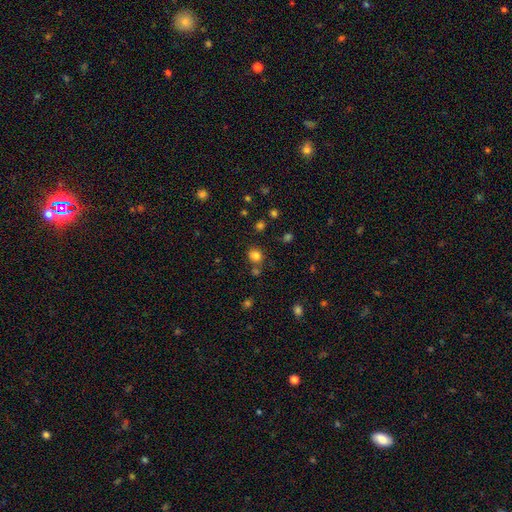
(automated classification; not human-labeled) This is likely a smooth galaxy (80%). How rounded: likely round (75%). Merging: likely none (70%).